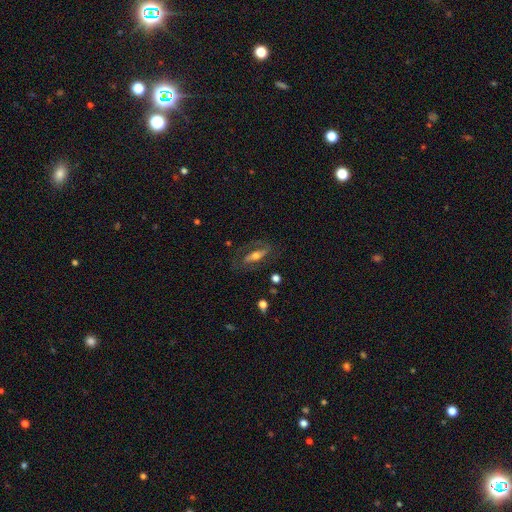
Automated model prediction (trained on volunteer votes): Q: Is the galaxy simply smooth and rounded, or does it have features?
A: featured or disk — 60%.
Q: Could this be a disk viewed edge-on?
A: no — 70%.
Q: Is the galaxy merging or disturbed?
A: none — 64%.